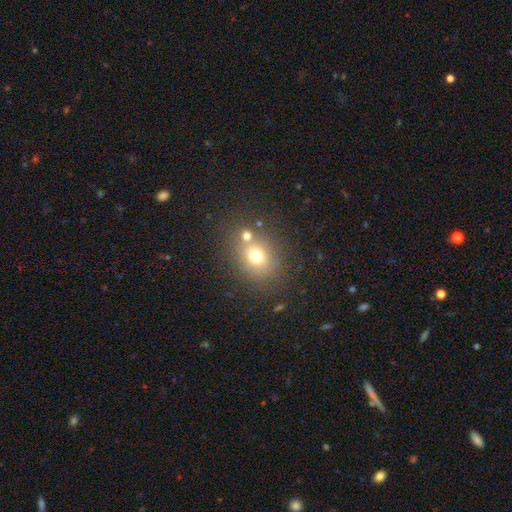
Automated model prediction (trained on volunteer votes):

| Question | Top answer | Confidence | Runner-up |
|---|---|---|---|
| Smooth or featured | smooth | 70% | star or artifact (17%) |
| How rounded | round | 65% | in between (34%) |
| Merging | none | 62% | merger (22%) |